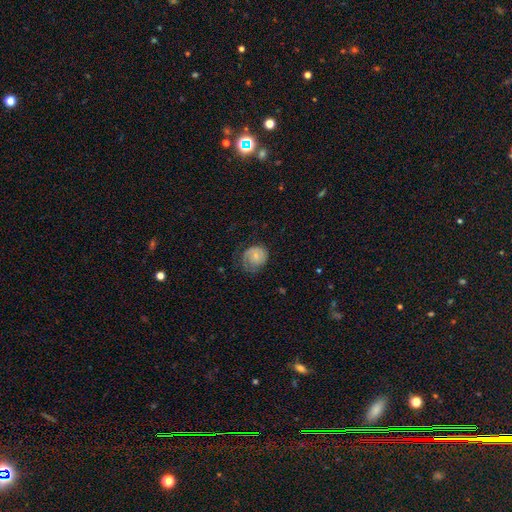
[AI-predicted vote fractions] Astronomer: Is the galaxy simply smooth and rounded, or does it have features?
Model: featured or disk — 47% (runner-up: smooth, 46%).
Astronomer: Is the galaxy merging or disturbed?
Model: none — 50% (runner-up: minor disturbance, 28%).